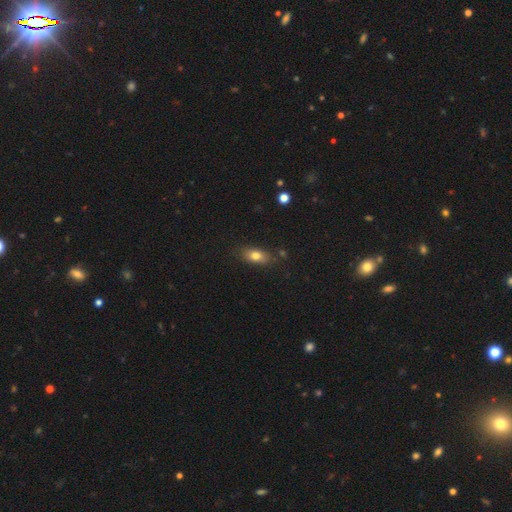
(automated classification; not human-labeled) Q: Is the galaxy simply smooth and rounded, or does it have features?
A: smooth — 77%.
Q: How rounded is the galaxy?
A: in between — 81%.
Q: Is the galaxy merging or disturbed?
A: none — 78%.